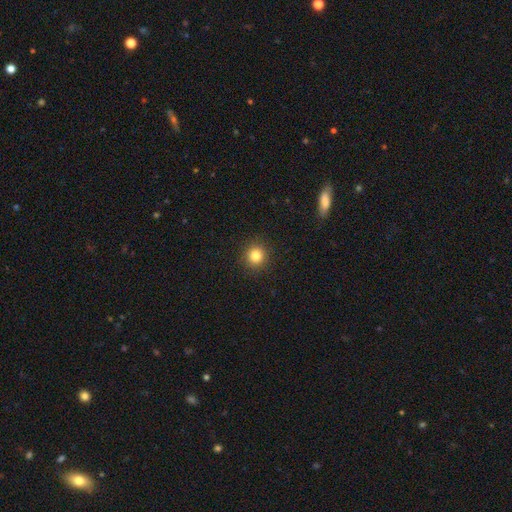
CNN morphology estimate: Overall: smooth (83%). How rounded: round (92%). Merging: none (92%).